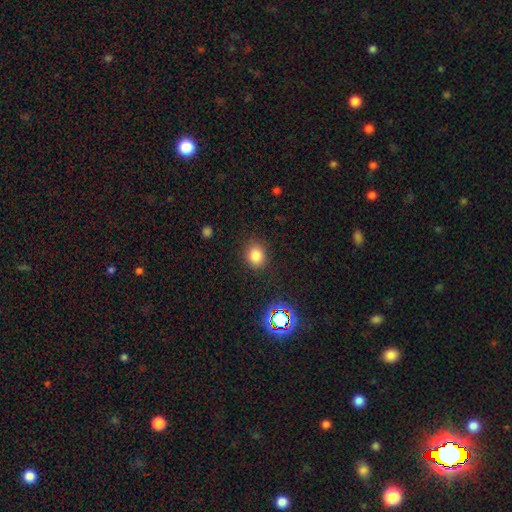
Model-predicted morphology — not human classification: Smooth or featured: smooth — 80% (star or artifact — 15%)
How rounded: round — 70% (in between — 29%)
Merging: none — 86% (minor disturbance — 9%)